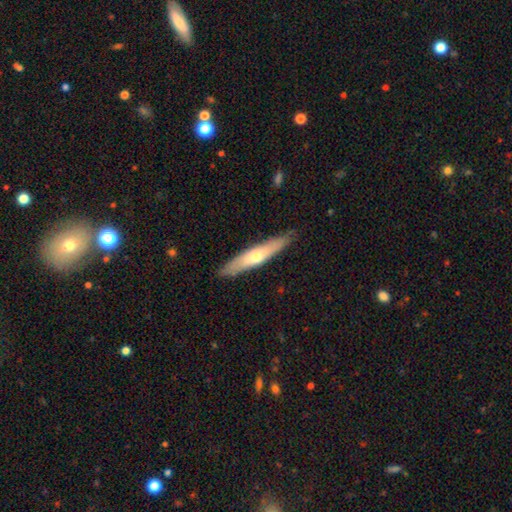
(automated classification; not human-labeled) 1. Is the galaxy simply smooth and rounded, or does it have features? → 48% featured or disk, 47% smooth, 5% star or artifact.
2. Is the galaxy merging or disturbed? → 87% none, 10% minor disturbance, 2% major disturbance, 1% merger.